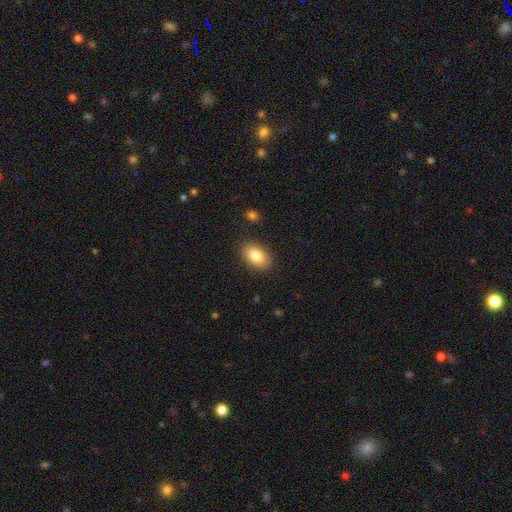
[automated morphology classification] smooth-or-featured: smooth: 83% | featured or disk: 9% | star or artifact: 7%
  how-rounded: in between: 90% | round: 8% | cigar-shaped: 1%
  merging: none: 87% | minor disturbance: 9% | major disturbance: 2% | merger: 1%